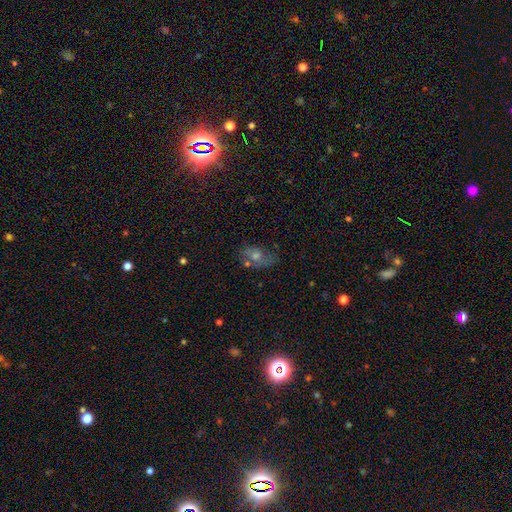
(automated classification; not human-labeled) Smooth or featured? smooth (38%)
Merging? none (60%)